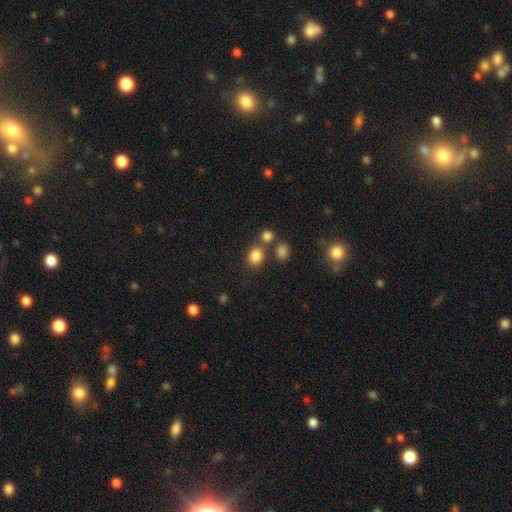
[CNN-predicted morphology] Smooth or featured?
  - smooth: 82% *
  - star or artifact: 12%
  - featured or disk: 5%
How rounded?
  - round: 67% *
  - in between: 32%
  - cigar-shaped: 1%
Merging?
  - none: 65% *
  - merger: 21%
  - minor disturbance: 10%
  - major disturbance: 4%